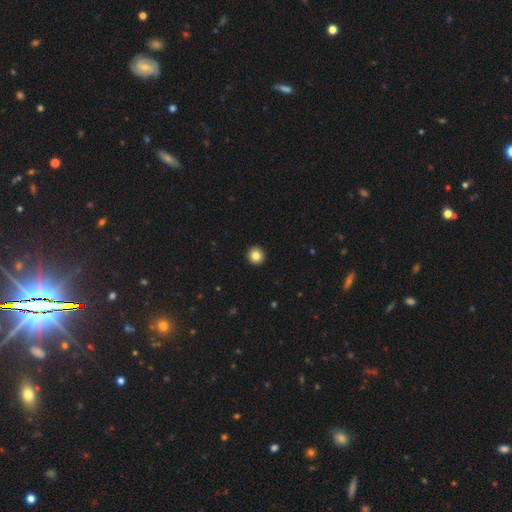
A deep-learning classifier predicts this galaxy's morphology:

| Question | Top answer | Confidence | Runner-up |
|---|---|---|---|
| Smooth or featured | smooth | 84% | star or artifact (9%) |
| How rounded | round | 95% | in between (4%) |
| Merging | none | 94% | minor disturbance (4%) |